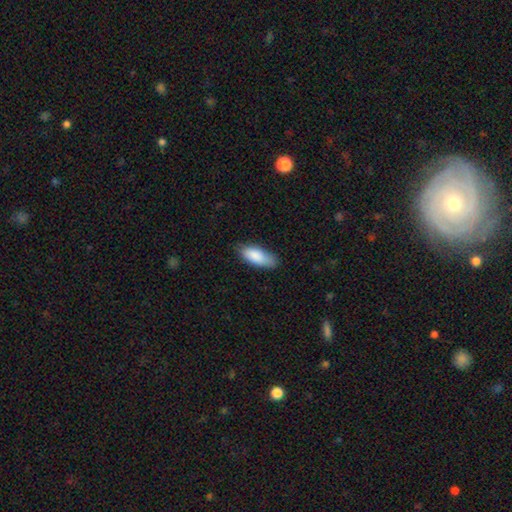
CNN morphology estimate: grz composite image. It shows a smooth galaxy with no disk features (87%) that is in between round and cigar-shaped (80%). Merging: none (76%).